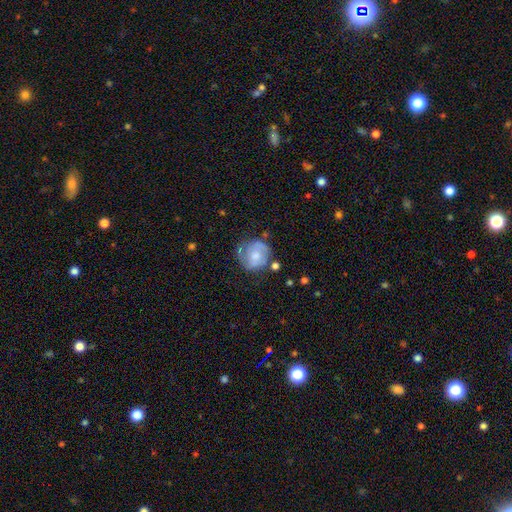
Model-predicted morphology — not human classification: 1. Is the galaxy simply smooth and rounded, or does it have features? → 57% featured or disk, 36% smooth, 7% star or artifact.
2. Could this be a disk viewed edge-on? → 98% no, 2% yes.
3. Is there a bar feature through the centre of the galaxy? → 66% no, 28% weak, 5% strong.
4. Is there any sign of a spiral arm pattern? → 78% yes, 22% no.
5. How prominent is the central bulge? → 52% moderate, 35% small, 6% large, 6% none, 1% dominant.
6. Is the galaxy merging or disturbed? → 59% none, 24% minor disturbance, 11% major disturbance, 6% merger.